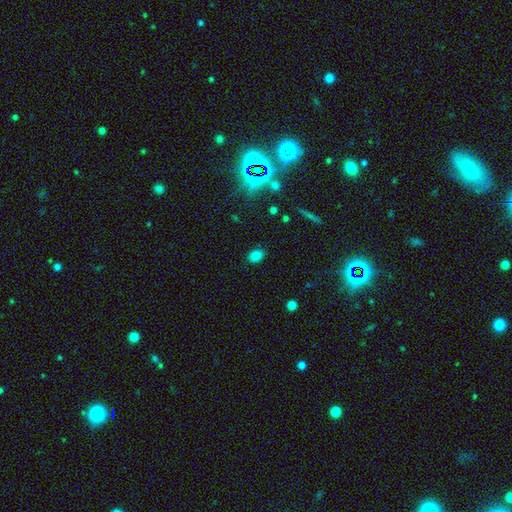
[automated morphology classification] The model was most divided on "how rounded": in between: 71%, round: 27%, cigar-shaped: 1%. More confident: merging — none (86%); smooth or featured — smooth (80%).